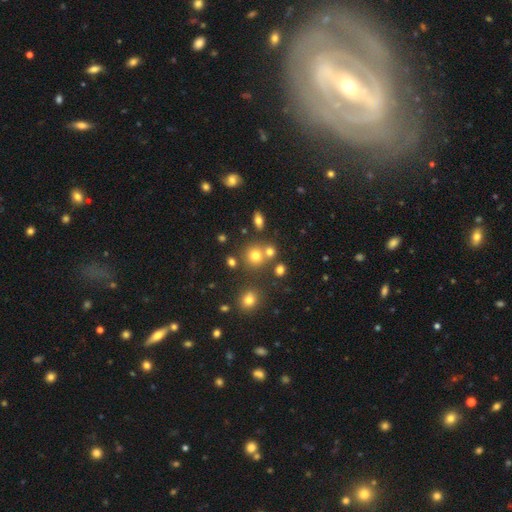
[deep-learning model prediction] A smooth galaxy with no disk features (71%) that is round (87%).

Vote fractions:
- Smooth or featured? smooth: 71% / star or artifact: 18% / featured or disk: 11%
- How rounded? round: 87% / in between: 12% / cigar-shaped: 1%
- Merging? none: 67% / merger: 20% / minor disturbance: 10% / major disturbance: 4%